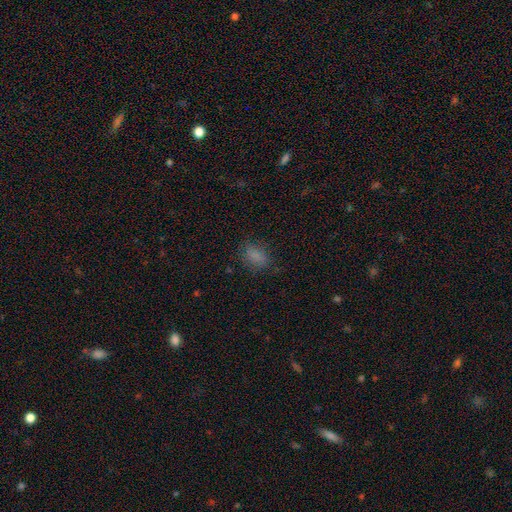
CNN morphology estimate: A smooth galaxy with no disk features (80%) that is in between round and cigar-shaped (82%). Merging: none (73%).